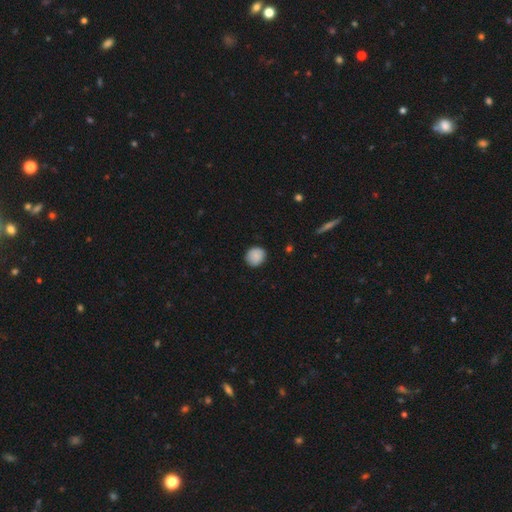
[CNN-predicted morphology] A smooth galaxy with no disk features (87%) that is round (84%).

Vote fractions:
- Smooth or featured? smooth: 87% / star or artifact: 8% / featured or disk: 5%
- How rounded? round: 84% / in between: 15% / cigar-shaped: 1%
- Merging? none: 86% / minor disturbance: 11% / major disturbance: 2% / merger: 1%